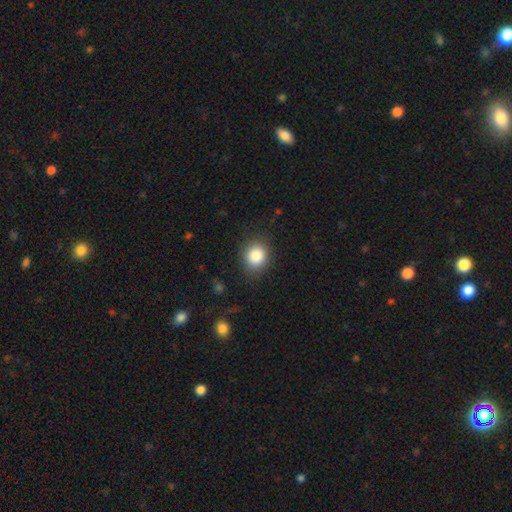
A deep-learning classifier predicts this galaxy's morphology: smooth-or-featured: smooth: 86% | star or artifact: 9% | featured or disk: 5%
  how-rounded: round: 77% | in between: 22% | cigar-shaped: 1%
  merging: none: 85% | minor disturbance: 10% | major disturbance: 4% | merger: 1%